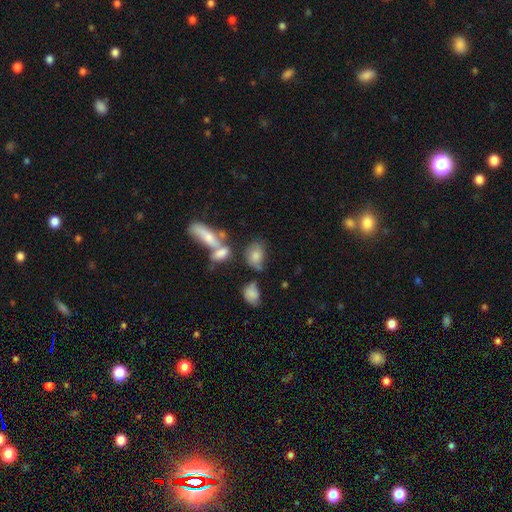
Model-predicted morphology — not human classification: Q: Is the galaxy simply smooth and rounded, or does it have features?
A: smooth — 71%.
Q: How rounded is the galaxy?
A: in between — 77%.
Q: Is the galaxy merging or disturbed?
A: none — 39%.